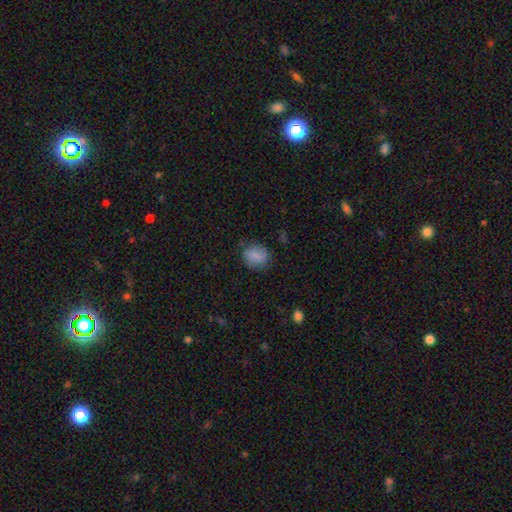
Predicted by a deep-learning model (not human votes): This appears to be a smooth galaxy with no disk features (80%) that is round (59%). Merging: none (74%).